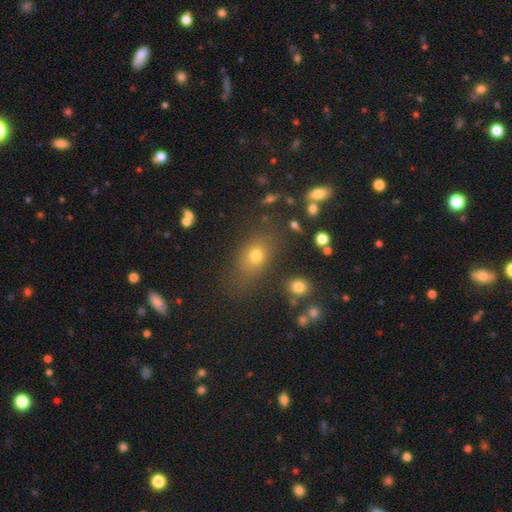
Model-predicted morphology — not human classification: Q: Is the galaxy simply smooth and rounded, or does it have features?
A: smooth — 67%.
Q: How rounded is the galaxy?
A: in between — 64%.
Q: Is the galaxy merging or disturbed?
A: none — 74%.